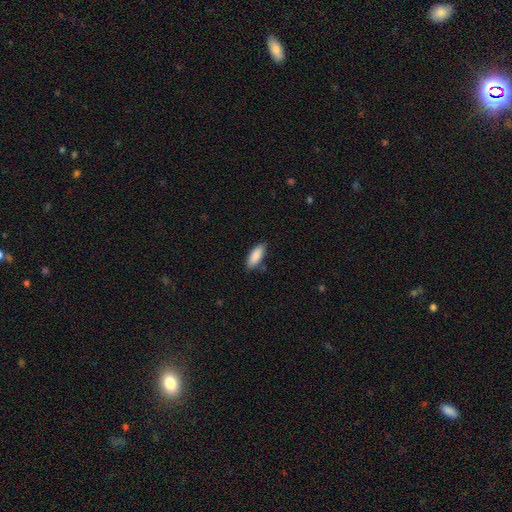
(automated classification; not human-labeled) Morphology: type=smooth (89%); roundness=in between (78%); merging=none (82%).